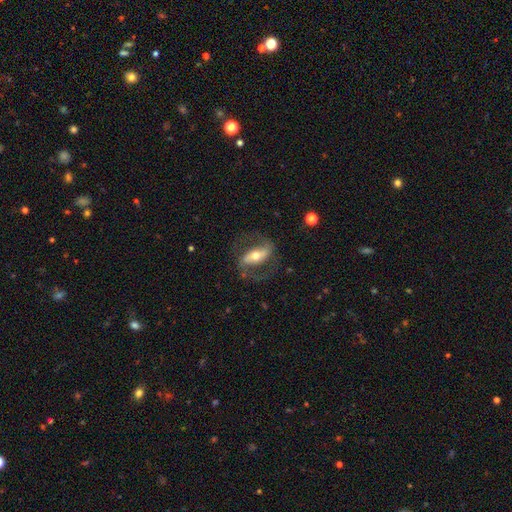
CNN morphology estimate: The model was most divided on "spiral winding": medium: 50%, loose: 36%, tight: 15%. More confident: edge-on disk — no (93%); spiral arms — yes (92%); spiral arm count — 2 (91%); smooth or featured — featured or disk (82%); merging — none (74%); bulge size — moderate (62%); bar — strong (55%).